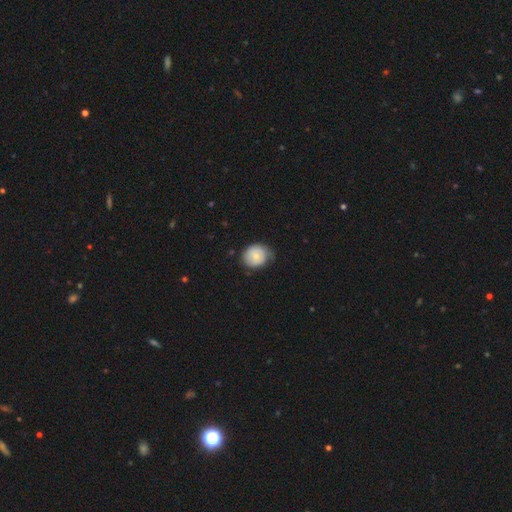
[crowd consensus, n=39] A smooth galaxy with no disk features (59%) that is round (74%). Merging: none (66%).